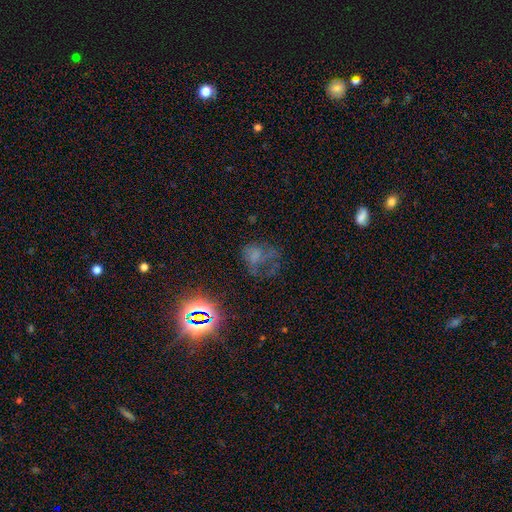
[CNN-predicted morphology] A smooth galaxy with no disk features (42%).

Vote fractions:
- Smooth or featured? smooth: 42% / star or artifact: 31% / featured or disk: 27%
- Merging? major disturbance: 39% / none: 35% / minor disturbance: 21% / merger: 5%